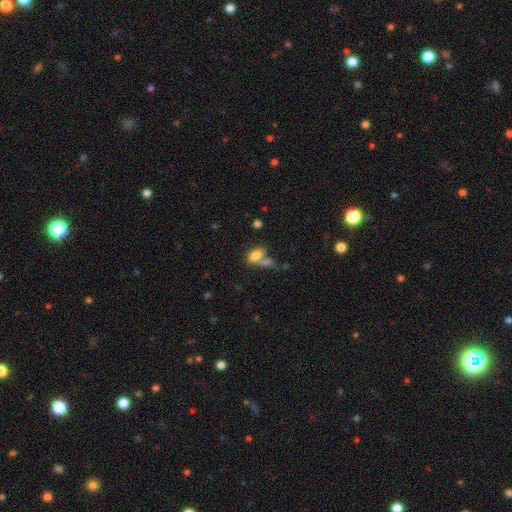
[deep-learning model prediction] This appears to be a smooth galaxy with no disk features (79%) that is in between round and cigar-shaped (87%). Merging: merger (47%).